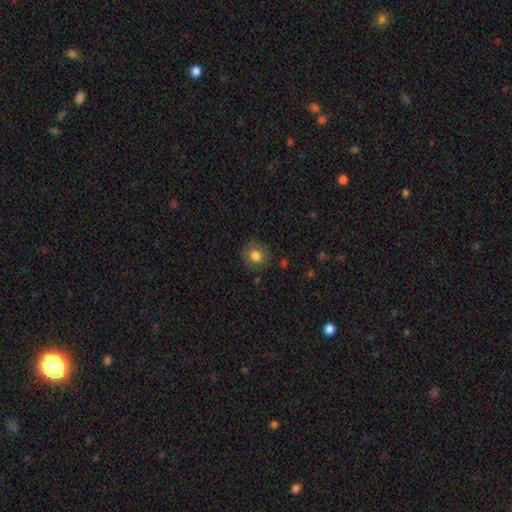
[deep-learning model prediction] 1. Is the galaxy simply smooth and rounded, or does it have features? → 80% smooth, 10% star or artifact, 10% featured or disk.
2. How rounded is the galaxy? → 85% round, 14% in between, 1% cigar-shaped.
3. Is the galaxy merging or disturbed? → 85% none, 10% minor disturbance, 3% major disturbance, 1% merger.